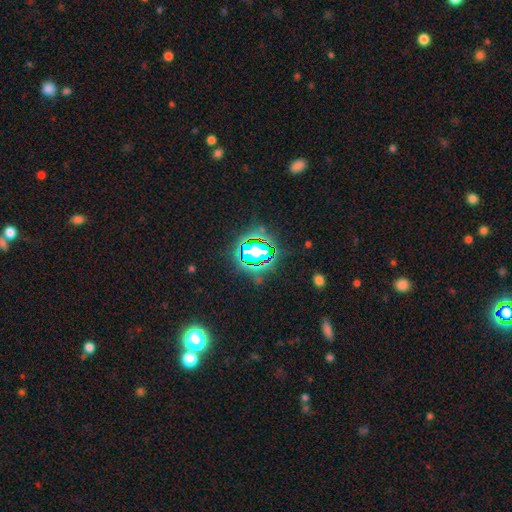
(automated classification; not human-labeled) The model was most divided on "smooth or featured": star or artifact: 79%, smooth: 13%, featured or disk: 8%.